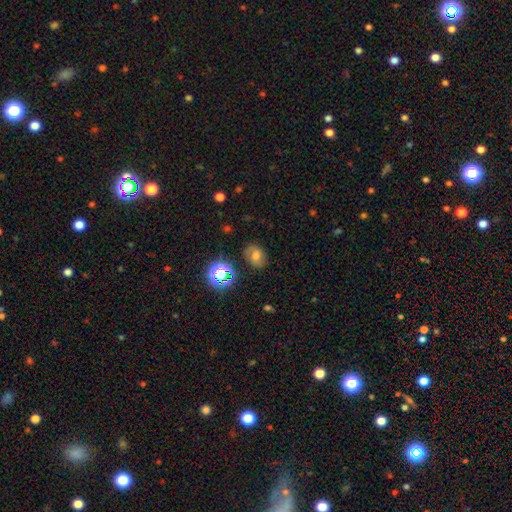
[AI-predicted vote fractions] Smooth or featured? smooth (50%)
Merging? none (81%)